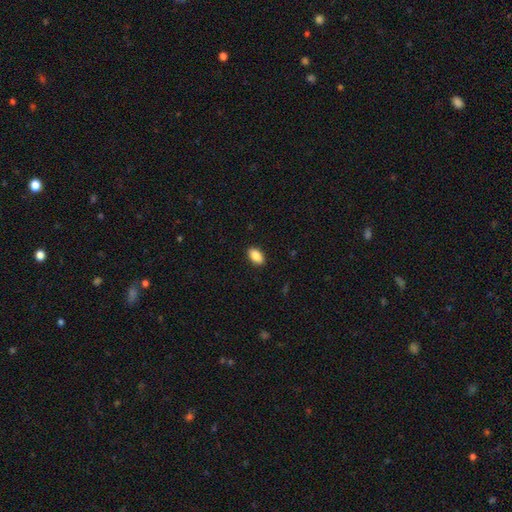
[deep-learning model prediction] Morphology: type=smooth (87%); roundness=in between (93%); merging=none (90%).